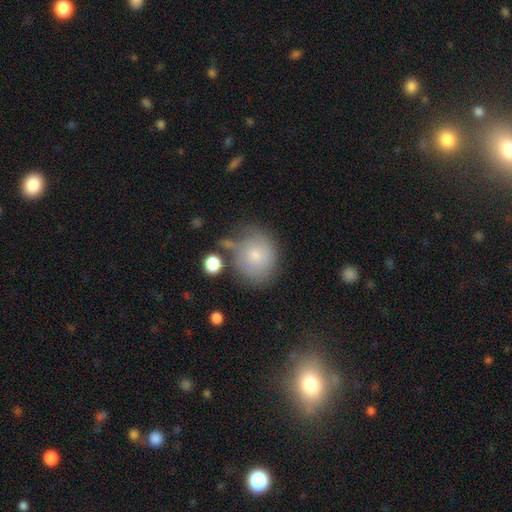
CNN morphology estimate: This appears to be a smooth galaxy with no disk features (74%) that is round (73%). Merging: none (55%).